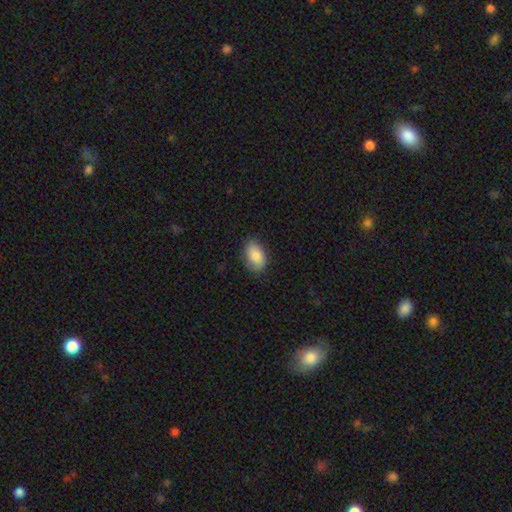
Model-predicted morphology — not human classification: Smooth or featured: smooth — 87% (featured or disk — 7%)
How rounded: in between — 90% (round — 8%)
Merging: none — 81% (minor disturbance — 14%)